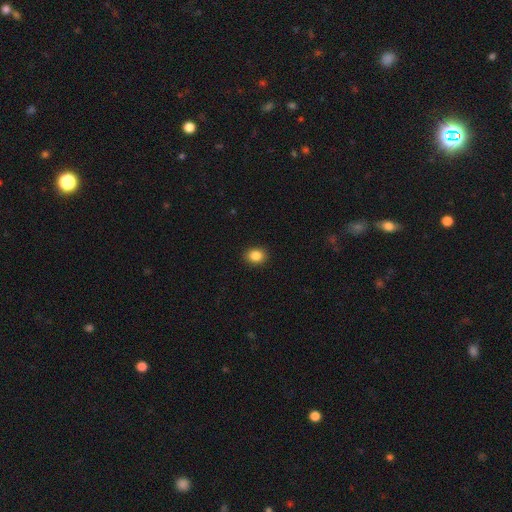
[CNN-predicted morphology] Smooth or featured: smooth — 86% (star or artifact — 10%)
How rounded: round — 52% (in between — 48%)
Merging: none — 91% (minor disturbance — 6%)